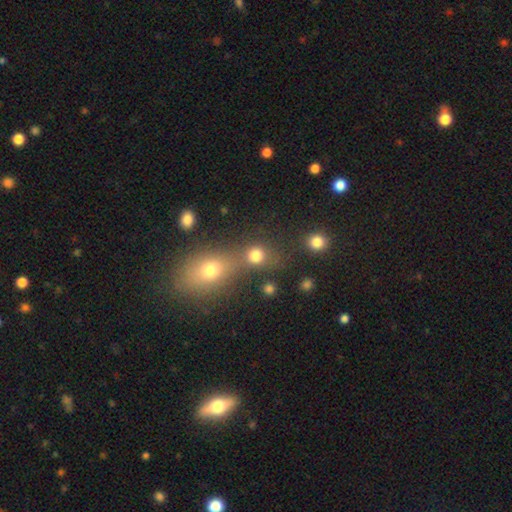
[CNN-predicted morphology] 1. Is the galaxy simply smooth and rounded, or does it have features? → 78% smooth, 15% star or artifact, 7% featured or disk.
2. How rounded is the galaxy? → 79% round, 20% in between, 2% cigar-shaped.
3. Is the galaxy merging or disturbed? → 47% none, 40% merger, 8% minor disturbance, 5% major disturbance.